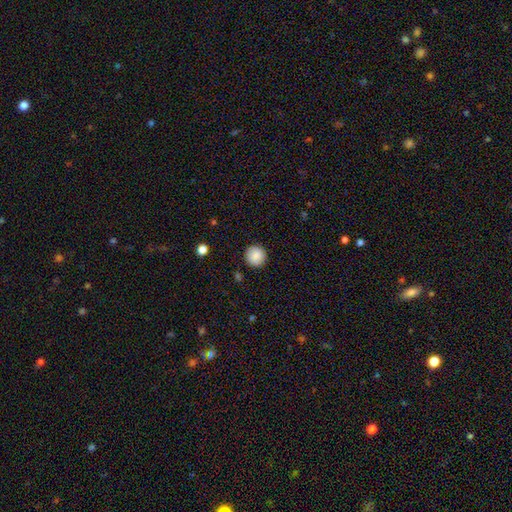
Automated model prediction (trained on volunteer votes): This is clearly a smooth galaxy (88%). How rounded: clearly round (95%). Merging: clearly none (91%).